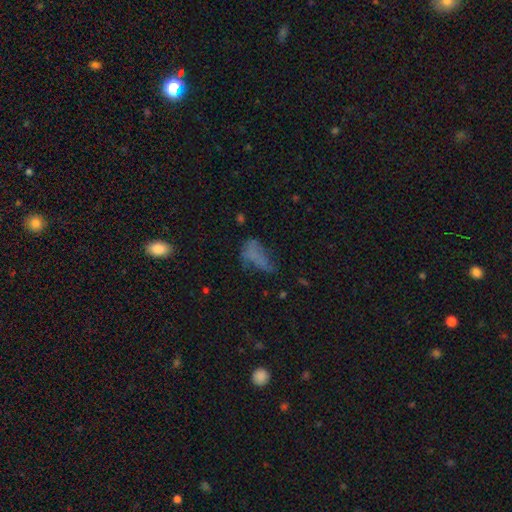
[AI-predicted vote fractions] Q: Smooth or featured?
A: smooth (54%); runner-up: featured or disk (26%)
Q: How rounded?
A: in between (80%); runner-up: cigar-shaped (13%)
Q: Merging?
A: major disturbance (35%); runner-up: none (32%)